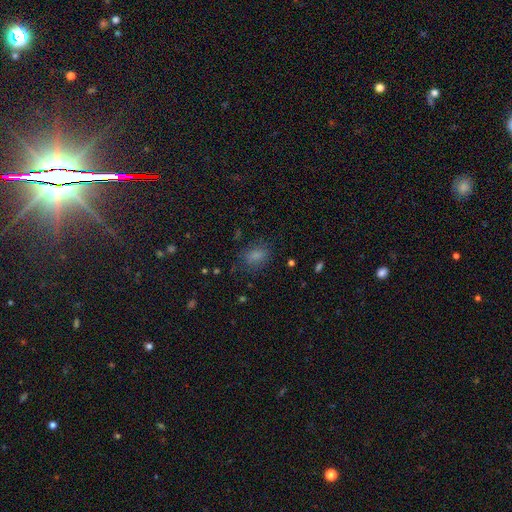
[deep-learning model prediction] This appears to be a smooth galaxy with no disk features (79%) that is in between round and cigar-shaped (72%). Merging: none (75%).